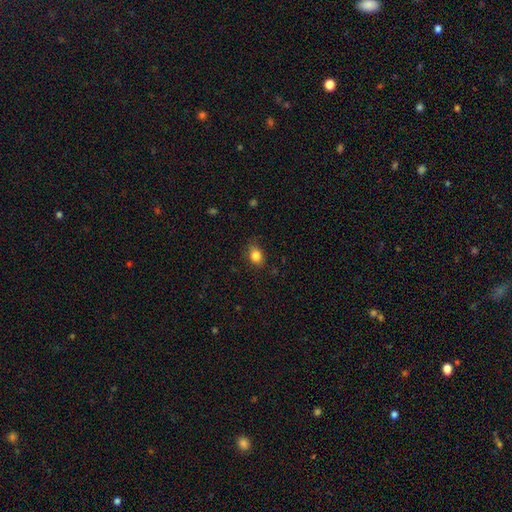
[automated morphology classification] A smooth galaxy with no disk features (84%) that is in between round and cigar-shaped (63%).

Vote fractions:
- Smooth or featured? smooth: 84% / star or artifact: 10% / featured or disk: 6%
- How rounded? in between: 63% / round: 36% / cigar-shaped: 1%
- Merging? none: 77% / minor disturbance: 18% / major disturbance: 4% / merger: 1%